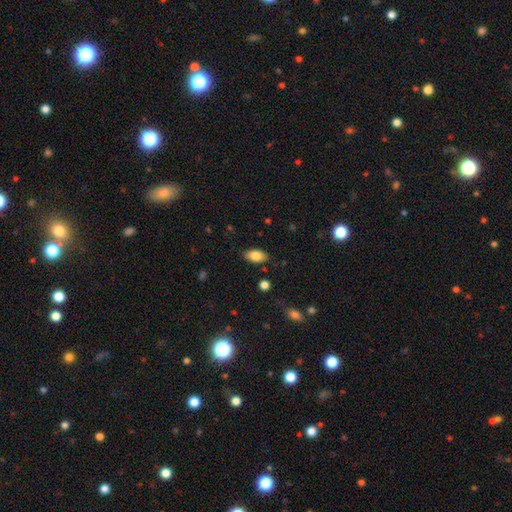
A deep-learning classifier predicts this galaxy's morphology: Smooth or featured? smooth (83%)
How rounded? in between (92%)
Merging? none (84%)